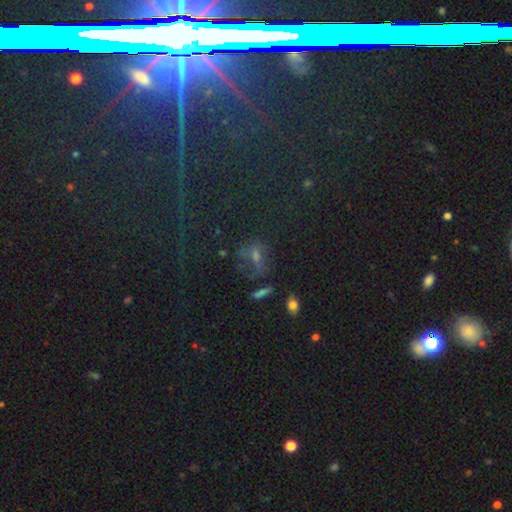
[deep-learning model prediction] Overall: star or artifact (43%; smooth 35%).